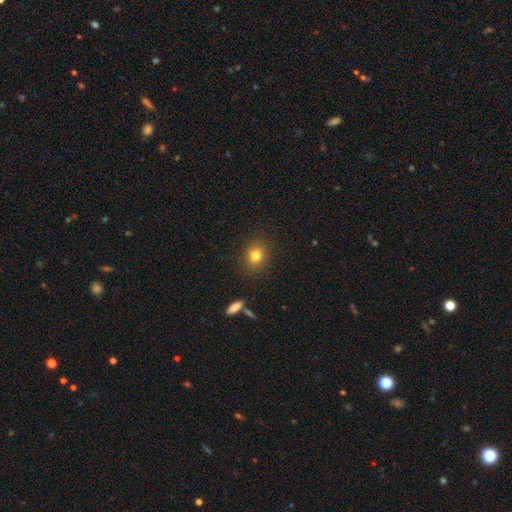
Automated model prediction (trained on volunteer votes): A smooth galaxy with no disk features (80%) that is round (73%). Merging: none (87%).